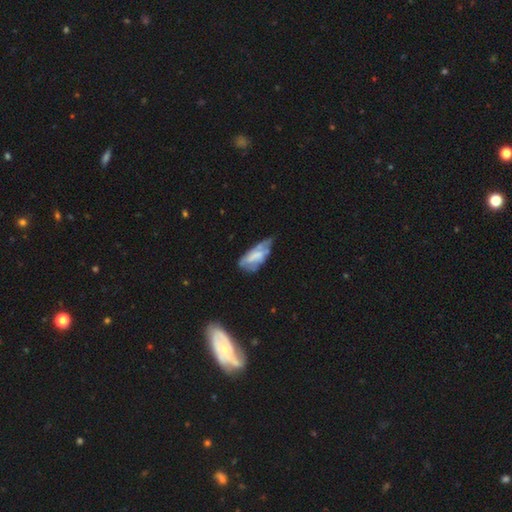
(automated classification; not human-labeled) Q: Smooth or featured?
A: smooth (51%); runner-up: featured or disk (41%)
Q: How rounded?
A: in between (84%); runner-up: cigar-shaped (14%)
Q: Merging?
A: minor disturbance (40%); runner-up: none (29%)